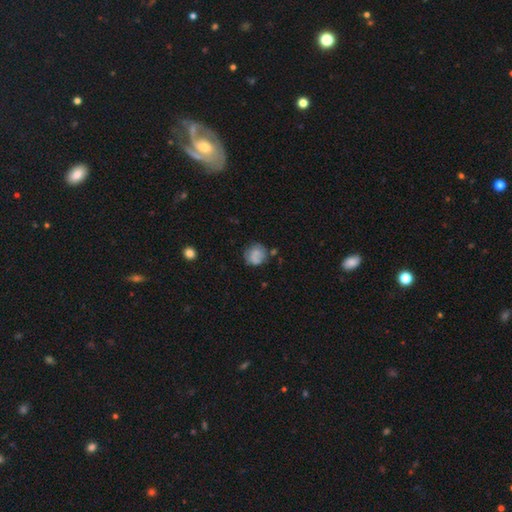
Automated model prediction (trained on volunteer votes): smooth 68%, featured or disk 23%, star or artifact 9%. Down the decision tree: how rounded — round (82%); merging — none (61%).